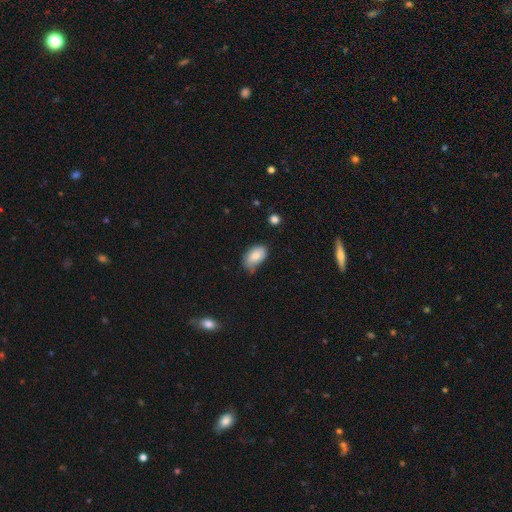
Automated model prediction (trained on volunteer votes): smooth_or_featured: smooth (p=0.82) [alt: featured or disk p=0.10]
how_rounded: in between (p=0.92) [alt: round p=0.06]
merging: none (p=0.51) [alt: minor disturbance p=0.38]